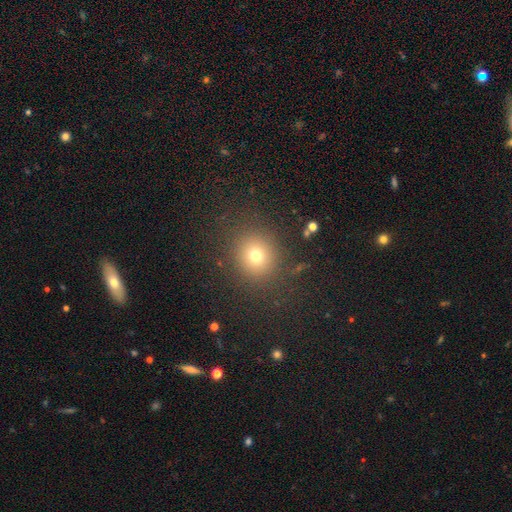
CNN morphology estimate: This appears to be a smooth galaxy with no disk features (72%) that is round (87%). Merging: none (86%).